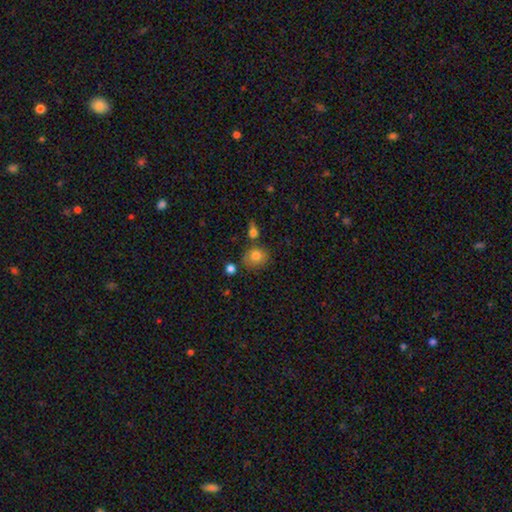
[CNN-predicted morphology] A smooth galaxy with no disk features (80%) that is round (73%).

Vote fractions:
- Smooth or featured? smooth: 80% / star or artifact: 11% / featured or disk: 9%
- How rounded? round: 73% / in between: 26% / cigar-shaped: 1%
- Merging? none: 68% / minor disturbance: 15% / merger: 13% / major disturbance: 4%